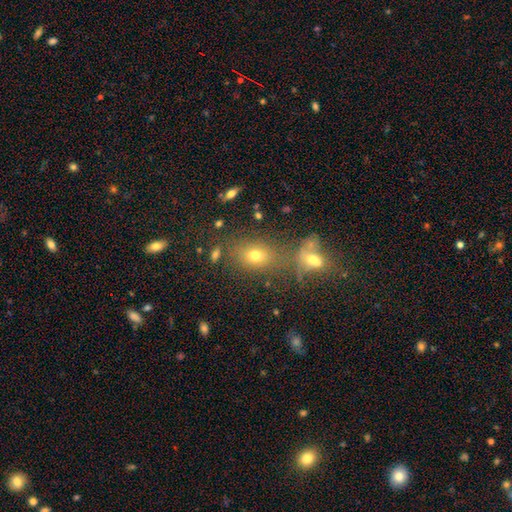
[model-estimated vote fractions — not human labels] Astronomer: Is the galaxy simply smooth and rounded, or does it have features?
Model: smooth — 63%.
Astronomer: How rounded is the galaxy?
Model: in between — 71%.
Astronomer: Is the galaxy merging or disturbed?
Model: none — 63%.